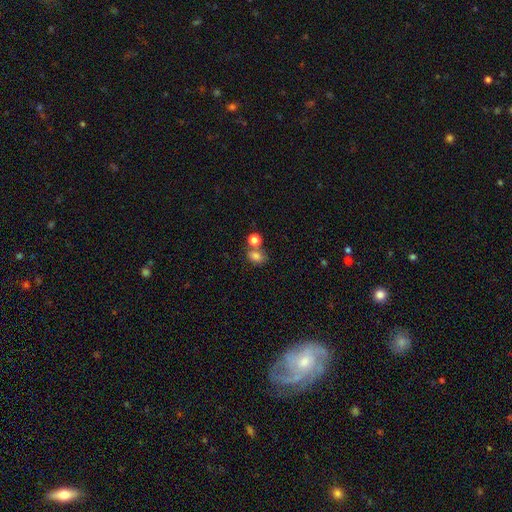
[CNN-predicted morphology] Smooth or featured? Predicted: smooth (p=0.80). How rounded? Predicted: in between (p=0.58). Merging? Predicted: none (p=0.51).